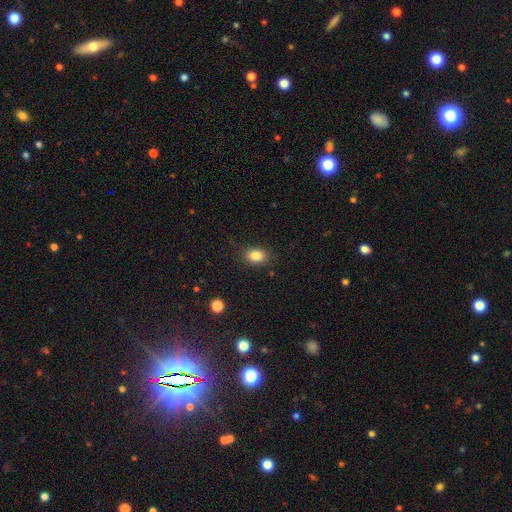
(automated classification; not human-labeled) Smooth or featured? Predicted: smooth (p=0.85). How rounded? Predicted: in between (p=0.77). Merging? Predicted: none (p=0.83).